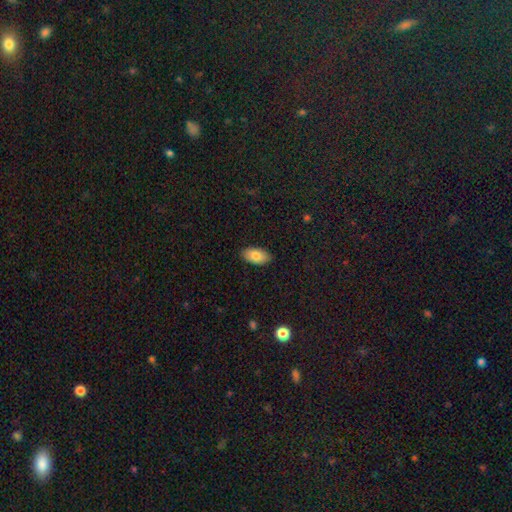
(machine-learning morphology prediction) Q: Smooth or featured?
A: smooth (83%); runner-up: featured or disk (10%)
Q: How rounded?
A: in between (94%); runner-up: round (3%)
Q: Merging?
A: none (87%); runner-up: minor disturbance (10%)